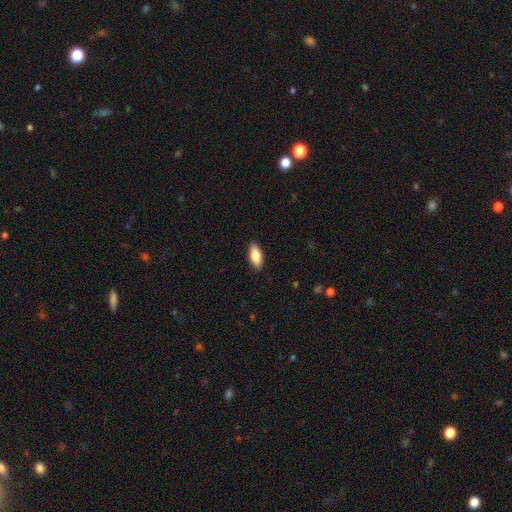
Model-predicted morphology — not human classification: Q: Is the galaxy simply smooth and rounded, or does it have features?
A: smooth — 86%.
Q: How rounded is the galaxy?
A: in between — 83%.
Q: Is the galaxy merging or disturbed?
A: none — 89%.